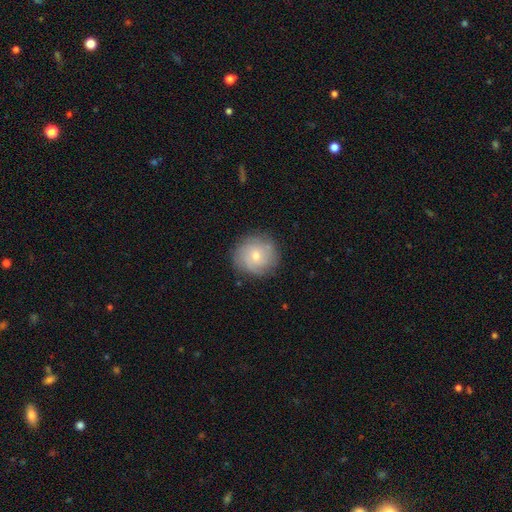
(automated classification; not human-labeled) Q: Smooth or featured?
A: featured or disk (47%); runner-up: smooth (43%)
Q: Merging?
A: none (84%); runner-up: minor disturbance (12%)